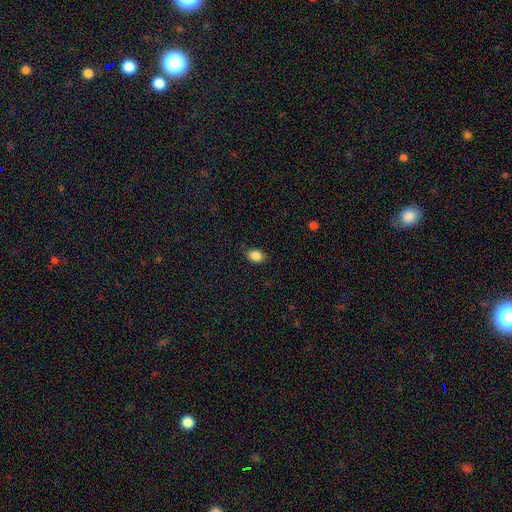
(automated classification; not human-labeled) smooth-or-featured: smooth: 87% | star or artifact: 9% | featured or disk: 4%
  how-rounded: in between: 73% | round: 26% | cigar-shaped: 1%
  merging: none: 83% | minor disturbance: 14% | major disturbance: 3% | merger: 1%